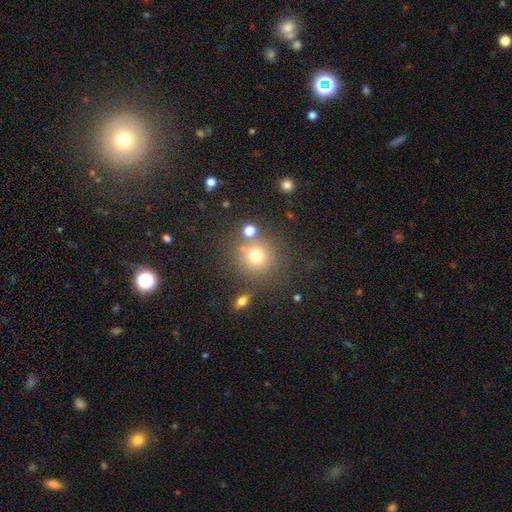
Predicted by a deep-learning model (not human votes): Morphology: type=smooth (72%); roundness=round (91%); merging=none (72%).